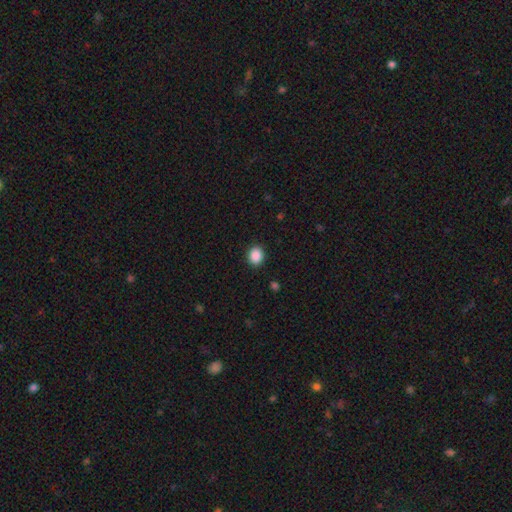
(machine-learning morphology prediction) smooth 89%, star or artifact 9%, featured or disk 2%. Down the decision tree: how rounded — round (63%); merging — none (90%).